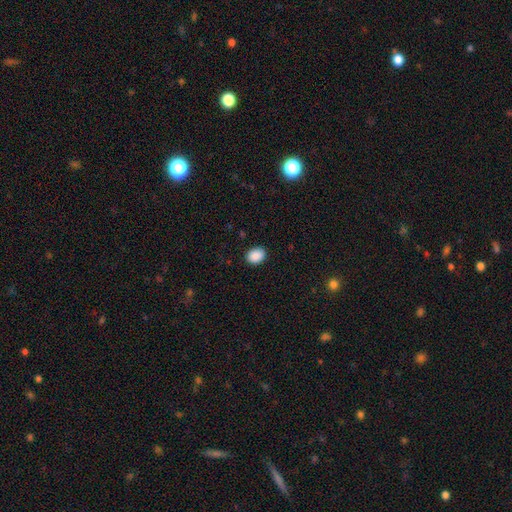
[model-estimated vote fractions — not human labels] smooth 90%, star or artifact 8%, featured or disk 2%. Down the decision tree: how rounded — in between (59%); merging — none (89%).